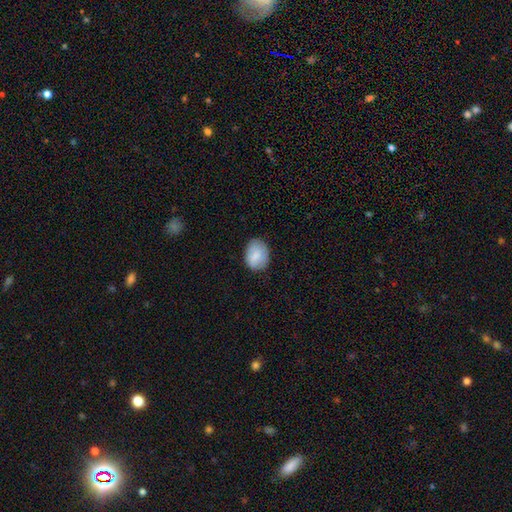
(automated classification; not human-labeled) Morphology: type=smooth (82%); roundness=in between (64%); merging=none (78%).